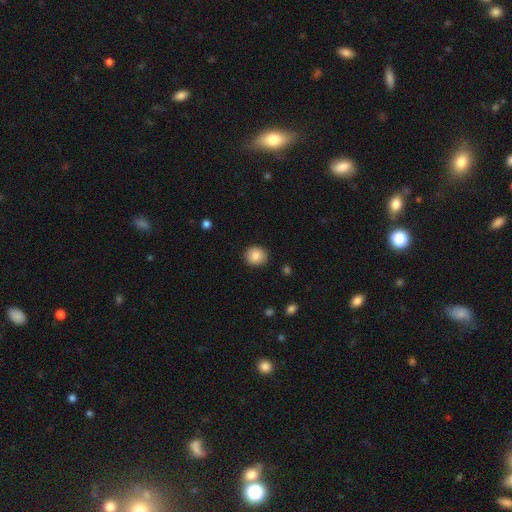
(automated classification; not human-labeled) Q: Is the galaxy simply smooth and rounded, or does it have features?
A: smooth — 87%.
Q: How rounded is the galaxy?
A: round — 83%.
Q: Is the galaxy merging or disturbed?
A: none — 90%.